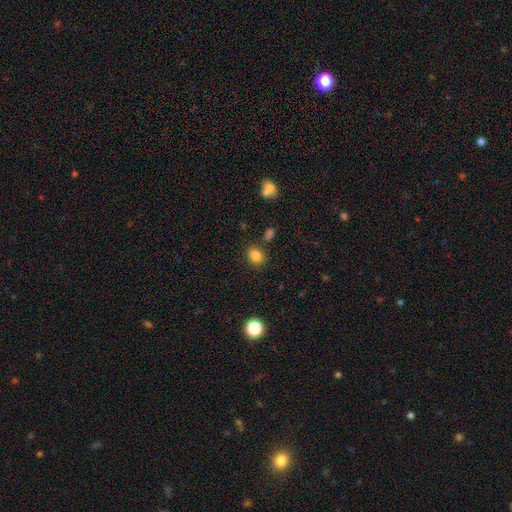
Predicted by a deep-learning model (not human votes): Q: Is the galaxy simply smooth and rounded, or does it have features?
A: smooth — 83%.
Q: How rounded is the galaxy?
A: round — 61%.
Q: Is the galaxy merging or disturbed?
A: none — 81%.